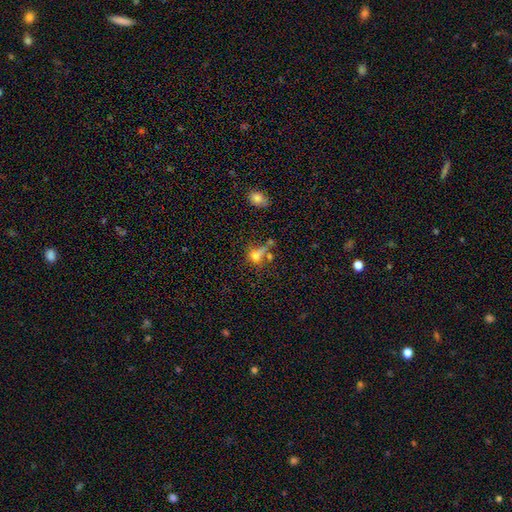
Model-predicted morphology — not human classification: Q: Smooth or featured?
A: smooth (66%); runner-up: star or artifact (18%)
Q: How rounded?
A: round (63%); runner-up: in between (33%)
Q: Merging?
A: none (42%); runner-up: merger (28%)